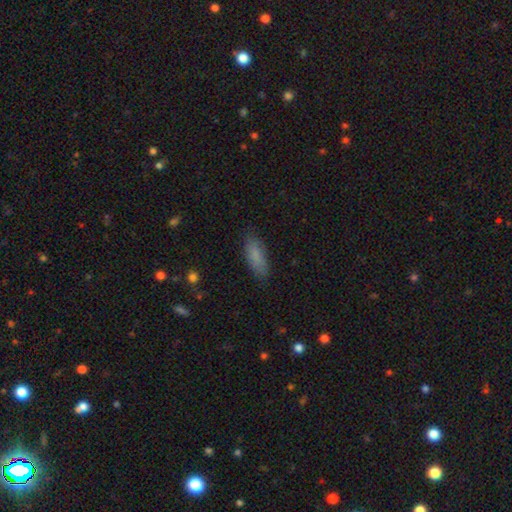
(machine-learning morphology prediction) smooth-or-featured: smooth: 83% | featured or disk: 9% | star or artifact: 7%
  how-rounded: in between: 66% | cigar-shaped: 32% | round: 2%
  merging: none: 82% | minor disturbance: 14% | major disturbance: 3% | merger: 1%